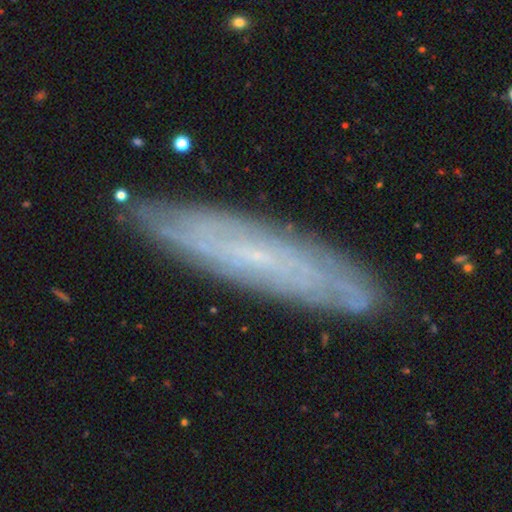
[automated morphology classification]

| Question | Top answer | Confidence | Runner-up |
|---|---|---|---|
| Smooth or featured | featured or disk | 65% | smooth (25%) |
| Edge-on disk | no | 55% | yes (45%) |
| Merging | none | 87% | minor disturbance (10%) |